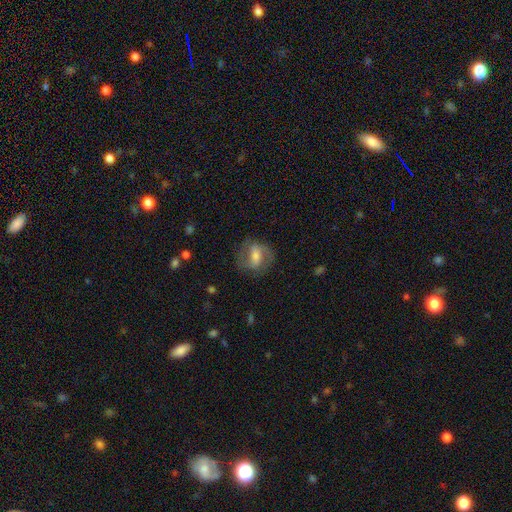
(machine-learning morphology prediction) Smooth or featured?
  - featured or disk: 62% *
  - smooth: 31%
  - star or artifact: 7%
Edge-on disk?
  - no: 95% *
  - yes: 5%
Bar?
  - strong: 41% *
  - weak: 39%
  - no: 19%
Spiral arms?
  - yes: 80% *
  - no: 20%
Bulge size?
  - moderate: 48% *
  - small: 32%
  - large: 13%
  - none: 6%
  - dominant: 2%
Merging?
  - none: 74% *
  - minor disturbance: 15%
  - major disturbance: 10%
  - merger: 1%